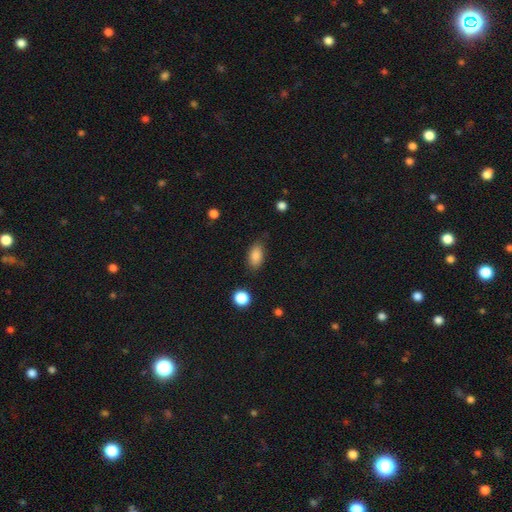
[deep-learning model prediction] smooth_or_featured: smooth (p=0.85) [alt: star or artifact p=0.08]
how_rounded: in between (p=0.89) [alt: round p=0.06]
merging: none (p=0.76) [alt: minor disturbance p=0.18]